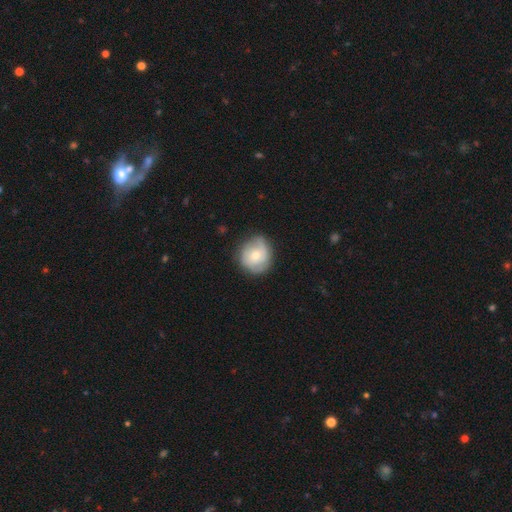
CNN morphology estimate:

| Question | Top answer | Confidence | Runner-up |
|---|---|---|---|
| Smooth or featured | featured or disk | 50% | smooth (43%) |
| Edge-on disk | no | 97% | yes (3%) |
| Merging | none | 71% | minor disturbance (22%) |